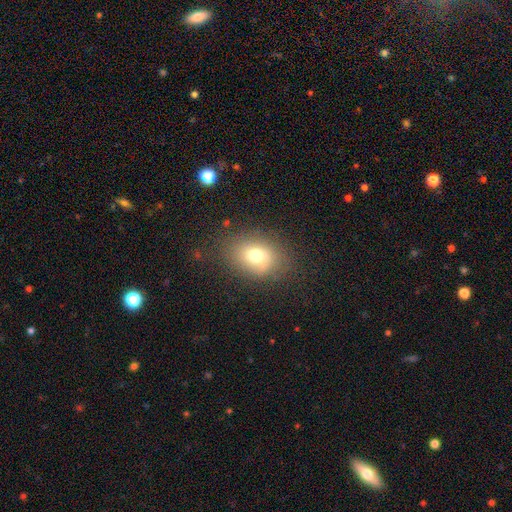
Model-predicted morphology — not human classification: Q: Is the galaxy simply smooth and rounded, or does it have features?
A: smooth — 71%.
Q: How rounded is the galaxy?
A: in between — 56%.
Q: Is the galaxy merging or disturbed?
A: none — 77%.